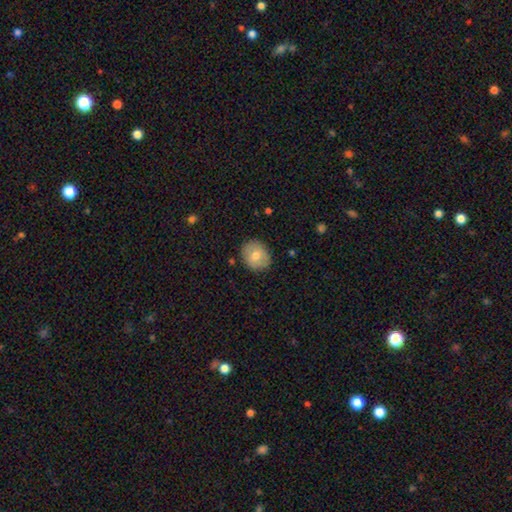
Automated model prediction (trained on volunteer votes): Smooth or featured? Predicted: smooth (p=0.69). How rounded? Predicted: round (p=0.68). Merging? Predicted: none (p=0.86).